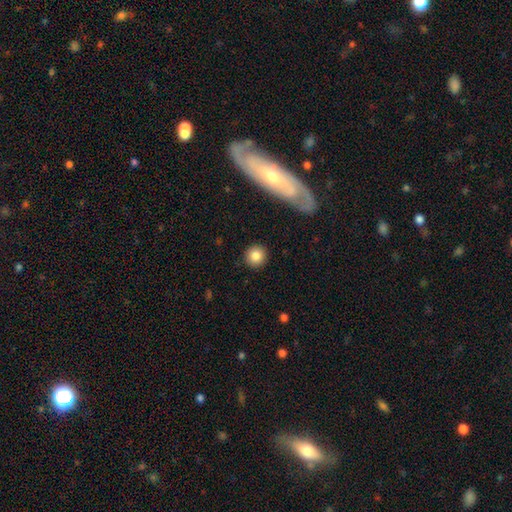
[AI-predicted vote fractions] A smooth galaxy with no disk features (84%) that is round (93%).

Vote fractions:
- Smooth or featured? smooth: 84% / star or artifact: 9% / featured or disk: 6%
- How rounded? round: 93% / in between: 6% / cigar-shaped: 1%
- Merging? none: 91% / minor disturbance: 5% / major disturbance: 2% / merger: 1%